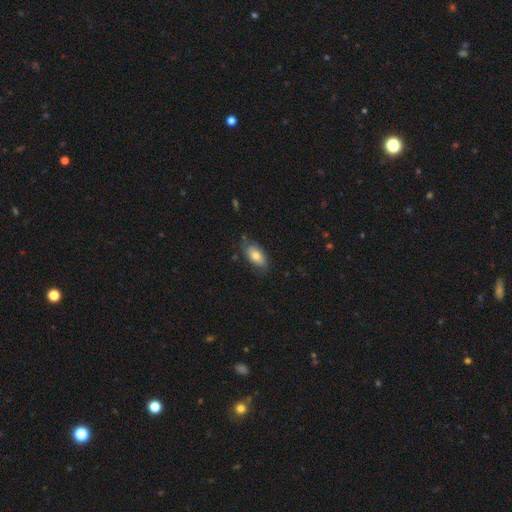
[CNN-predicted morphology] This is likely a smooth galaxy (68%). How rounded: clearly in between (90%). Merging: likely none (64%).